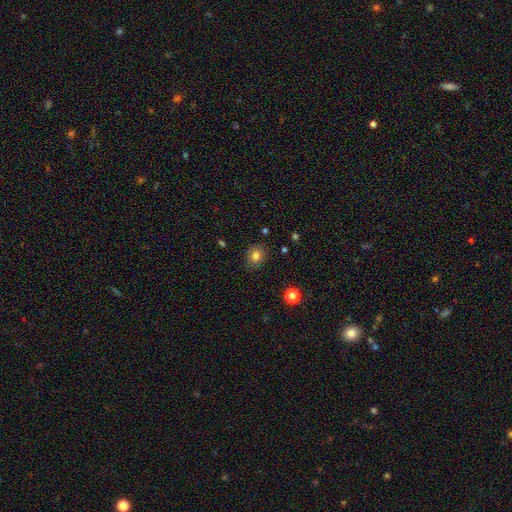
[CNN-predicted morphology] Overall: smooth (80%). How rounded: round (70%). Merging: none (86%).